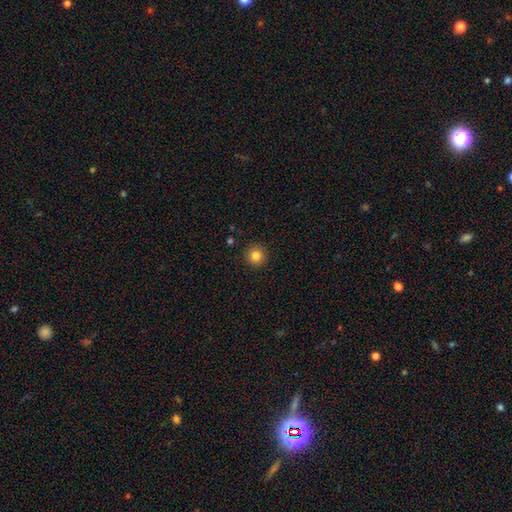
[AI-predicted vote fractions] A smooth galaxy with no disk features (83%) that is round (95%).

Vote fractions:
- Smooth or featured? smooth: 83% / star or artifact: 11% / featured or disk: 5%
- How rounded? round: 95% / in between: 4% / cigar-shaped: 1%
- Merging? none: 92% / minor disturbance: 5% / major disturbance: 2% / merger: 1%